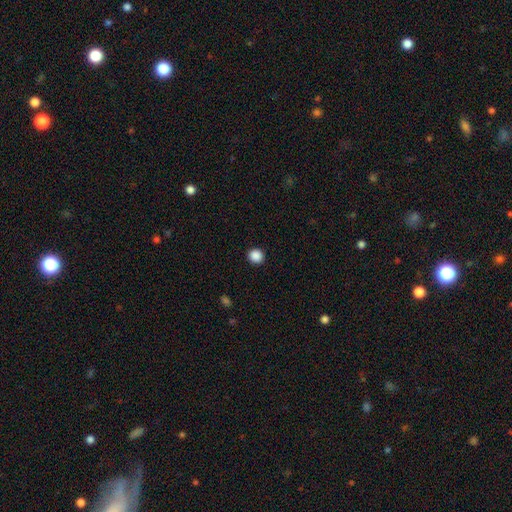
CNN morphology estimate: Smooth or featured?
  - smooth: 88% *
  - star or artifact: 9%
  - featured or disk: 2%
How rounded?
  - round: 90% *
  - in between: 9%
  - cigar-shaped: 1%
Merging?
  - none: 92% *
  - minor disturbance: 5%
  - major disturbance: 2%
  - merger: 1%